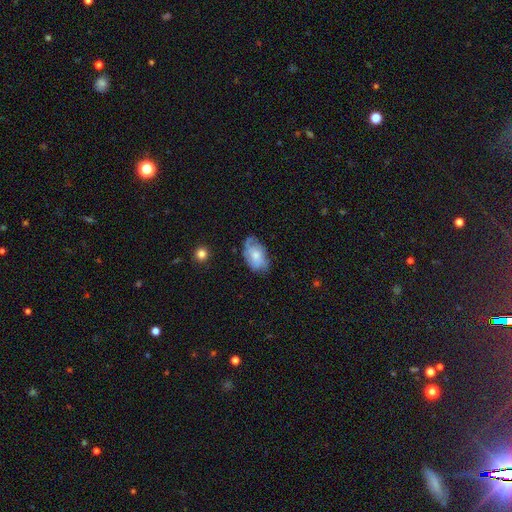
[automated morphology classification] Smooth or featured: smooth — 53% (featured or disk — 40%)
How rounded: in between — 91% (round — 7%)
Merging: none — 58% (minor disturbance — 30%)